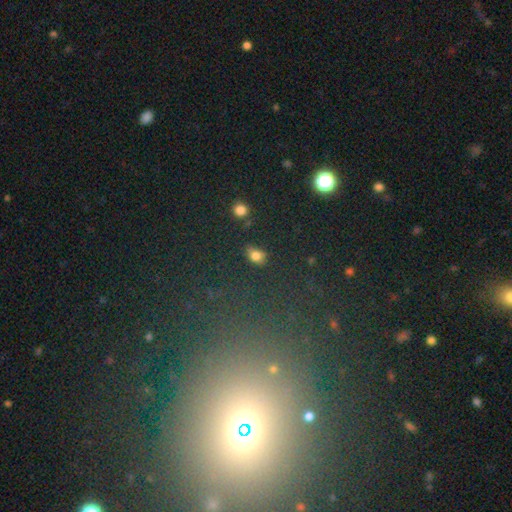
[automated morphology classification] The model was most divided on "how rounded": in between: 77%, round: 21%, cigar-shaped: 3%. More confident: smooth or featured — smooth (80%); merging — none (74%).